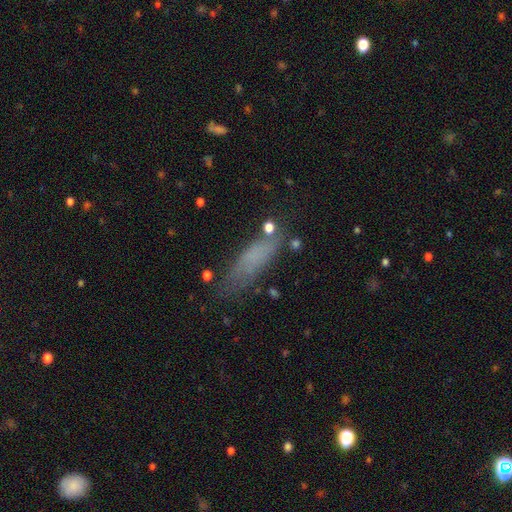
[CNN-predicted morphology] This is likely a smooth galaxy (66%). How rounded: possibly cigar-shaped (58%). Merging: possibly none (59%).